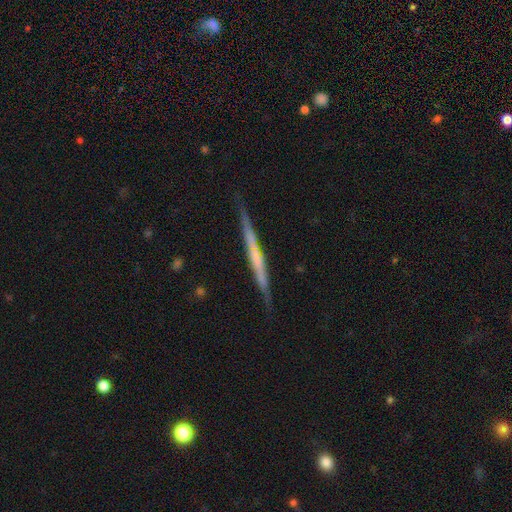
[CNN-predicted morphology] A featured or disk galaxy (63%) viewed edge-on (97%) with no central bulge (73%). Merging: none (85%).